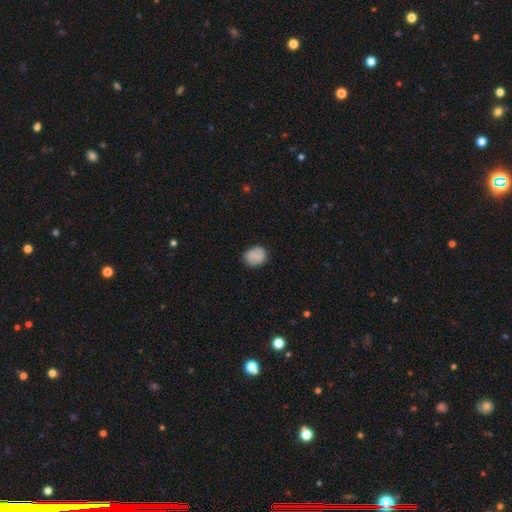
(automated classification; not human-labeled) Overall: smooth (68%). How rounded: round (60%; in between 39%). Merging: none (82%).